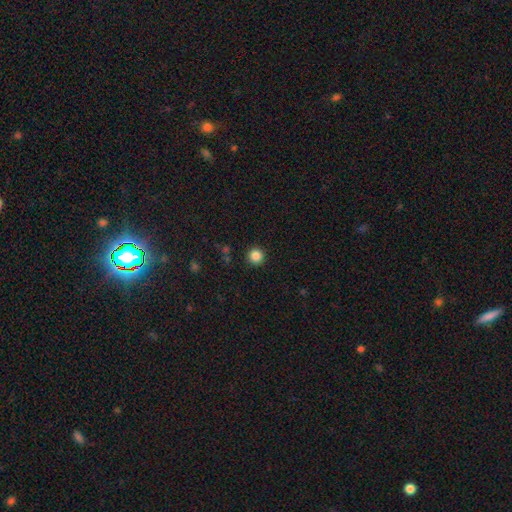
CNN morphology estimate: The model was most divided on "smooth or featured": smooth: 86%, star or artifact: 11%, featured or disk: 3%. More confident: how rounded — round (96%); merging — none (92%).